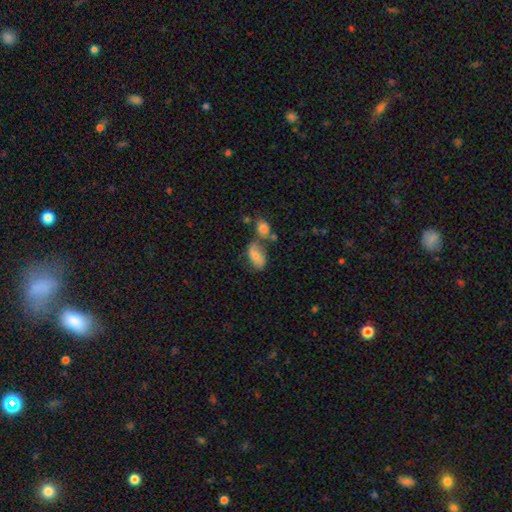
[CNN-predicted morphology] type=smooth (60%); roundness=in between (89%); merging=none (45%).